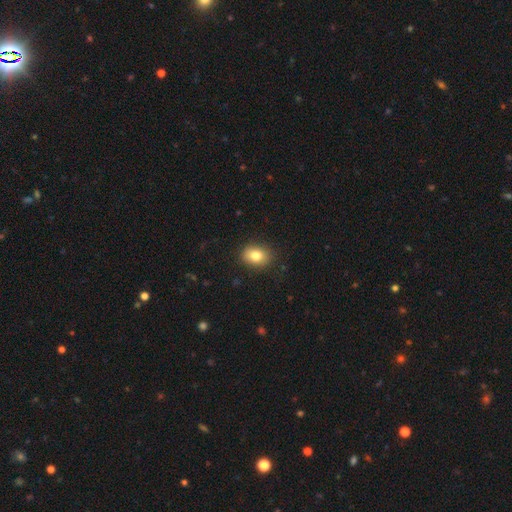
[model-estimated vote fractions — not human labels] This is clearly a smooth galaxy (81%). How rounded: likely in between (65%). Merging: clearly none (87%).